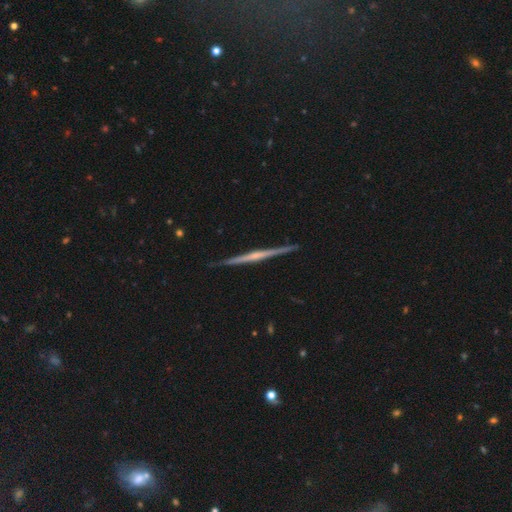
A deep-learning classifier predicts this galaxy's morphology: Smooth or featured?
  - featured or disk: 78% *
  - smooth: 17%
  - star or artifact: 5%
Edge-on disk?
  - yes: 98% *
  - no: 2%
Edge-on bulge?
  - none: 49% *
  - rounded: 38%
  - boxy: 13%
Merging?
  - none: 91% *
  - minor disturbance: 7%
  - major disturbance: 1%
  - merger: 1%